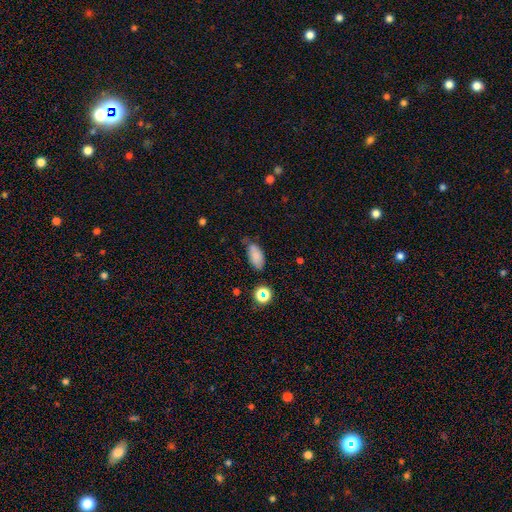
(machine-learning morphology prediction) smooth-or-featured: smooth: 81% | star or artifact: 11% | featured or disk: 9%
  how-rounded: in between: 90% | cigar-shaped: 5% | round: 5%
  merging: none: 61% | minor disturbance: 28% | major disturbance: 6% | merger: 4%